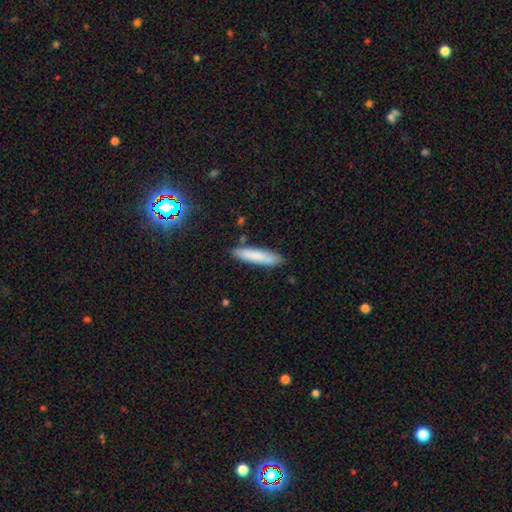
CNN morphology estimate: Q: Smooth or featured?
A: smooth (79%); runner-up: featured or disk (14%)
Q: How rounded?
A: cigar-shaped (85%); runner-up: in between (14%)
Q: Merging?
A: none (83%); runner-up: minor disturbance (12%)